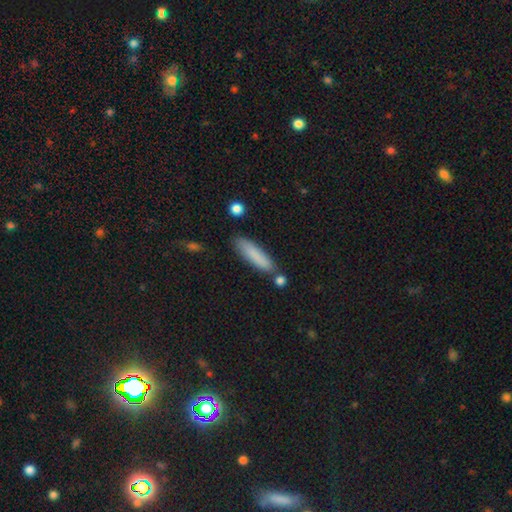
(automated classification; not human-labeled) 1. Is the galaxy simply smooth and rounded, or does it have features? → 82% smooth, 11% featured or disk, 7% star or artifact.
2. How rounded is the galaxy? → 77% cigar-shaped, 21% in between, 2% round.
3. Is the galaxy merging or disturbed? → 78% none, 13% minor disturbance, 6% merger, 3% major disturbance.